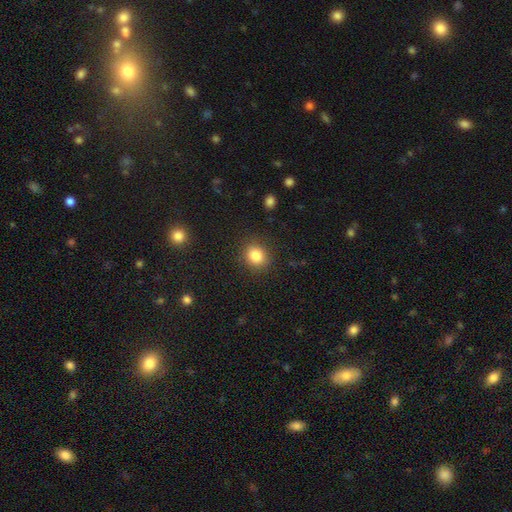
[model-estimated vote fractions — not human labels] A smooth galaxy with no disk features (84%) that is round (78%).

Vote fractions:
- Smooth or featured? smooth: 84% / star or artifact: 10% / featured or disk: 6%
- How rounded? round: 78% / in between: 21% / cigar-shaped: 1%
- Merging? none: 88% / minor disturbance: 8% / major disturbance: 3% / merger: 1%